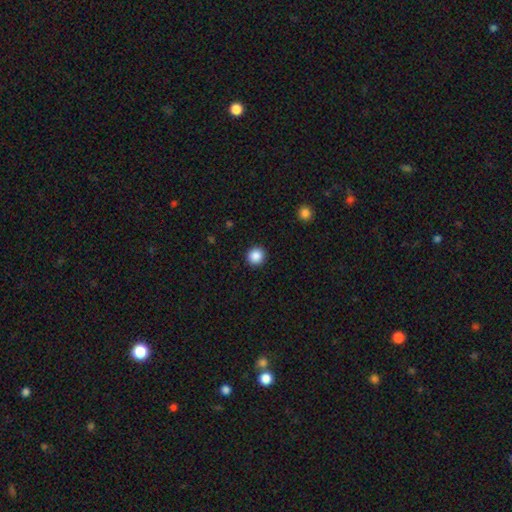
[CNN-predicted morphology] type=smooth (87%); roundness=round (93%); merging=none (93%).